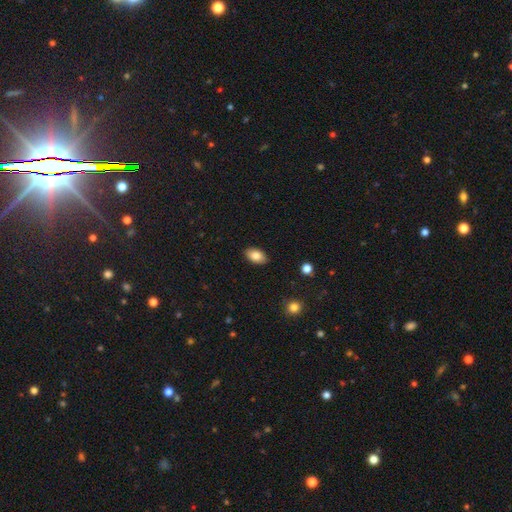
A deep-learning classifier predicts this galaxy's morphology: type=smooth (84%); roundness=in between (92%); merging=none (88%).